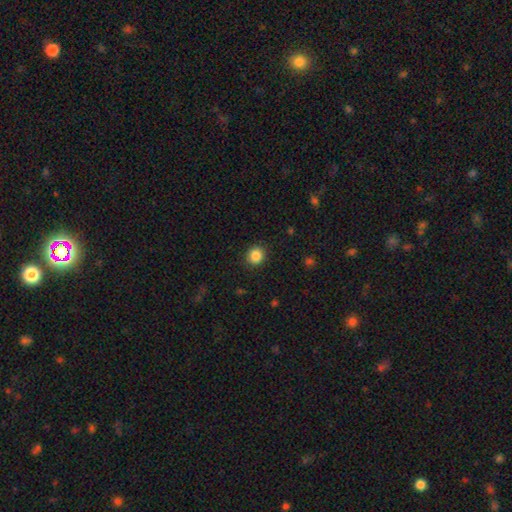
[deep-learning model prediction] Smooth or featured: smooth — 86% (star or artifact — 10%)
How rounded: round — 87% (in between — 12%)
Merging: none — 90% (minor disturbance — 7%)